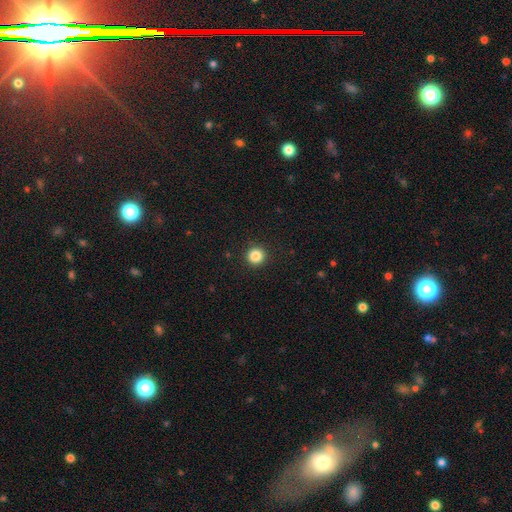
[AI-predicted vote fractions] The model was most divided on "smooth or featured": smooth: 85%, star or artifact: 11%, featured or disk: 4%. More confident: how rounded — round (95%); merging — none (92%).